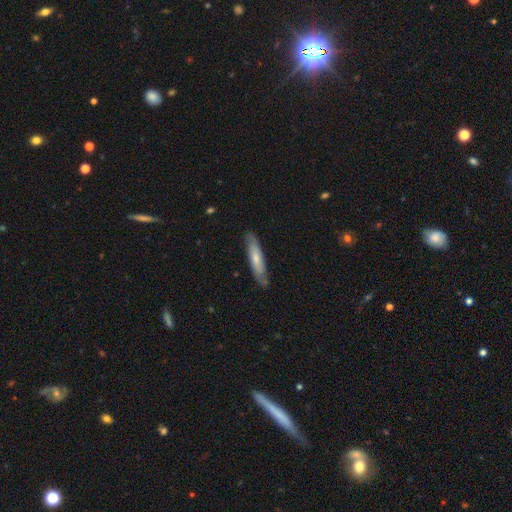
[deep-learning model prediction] Morphology: type=smooth (49%); merging=none (83%).